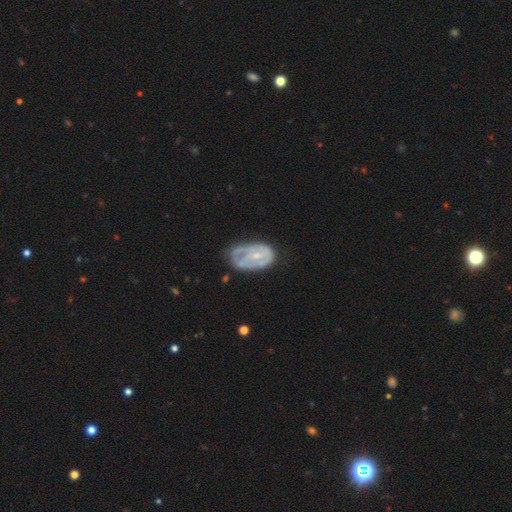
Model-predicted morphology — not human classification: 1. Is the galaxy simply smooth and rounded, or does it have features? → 67% featured or disk, 27% smooth, 6% star or artifact.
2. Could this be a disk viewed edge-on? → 96% no, 4% yes.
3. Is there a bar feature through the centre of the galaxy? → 56% no, 34% weak, 10% strong.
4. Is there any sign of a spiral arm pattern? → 62% yes, 38% no.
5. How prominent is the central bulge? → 65% small, 26% moderate, 7% none, 1% large, 1% dominant.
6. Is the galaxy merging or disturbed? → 38% none, 34% minor disturbance, 24% major disturbance, 4% merger.